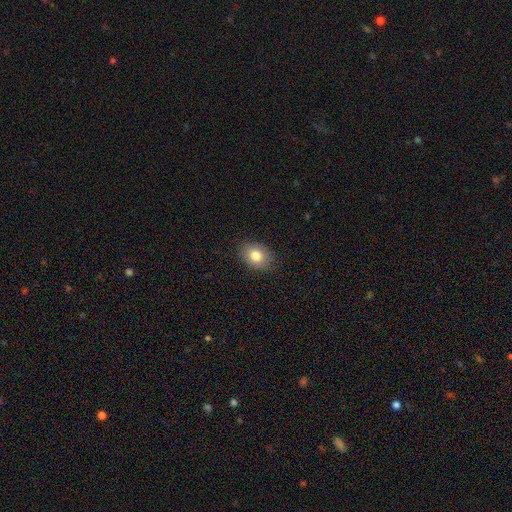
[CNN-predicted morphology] smooth-or-featured: smooth: 80% | featured or disk: 10% | star or artifact: 9%
  how-rounded: in between: 68% | round: 31% | cigar-shaped: 1%
  merging: none: 86% | minor disturbance: 11% | major disturbance: 2% | merger: 1%